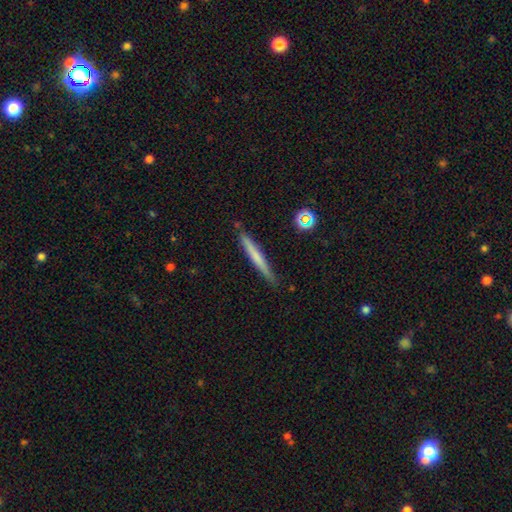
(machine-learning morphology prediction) smooth_or_featured: smooth (p=0.59) [alt: featured or disk p=0.34]
how_rounded: cigar-shaped (p=0.96) [alt: in between p=0.02]
merging: none (p=0.85) [alt: minor disturbance p=0.11]